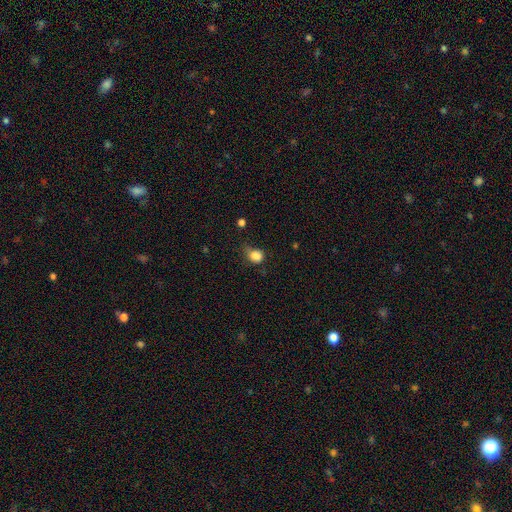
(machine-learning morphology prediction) type=smooth (83%); roundness=round (59%); merging=none (43%).